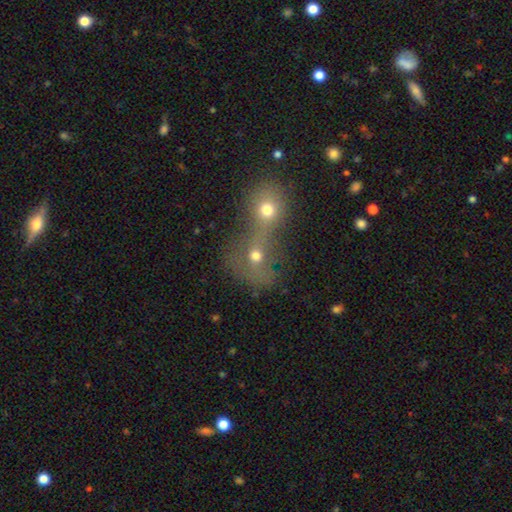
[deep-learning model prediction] This appears to be a smooth galaxy with no disk features (62%) that is round (71%). Merging: merger (78%).